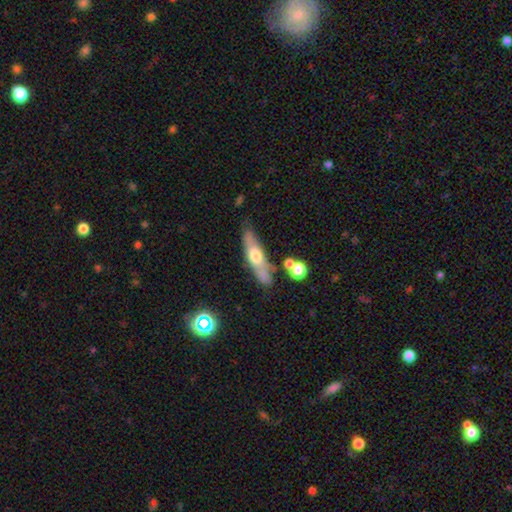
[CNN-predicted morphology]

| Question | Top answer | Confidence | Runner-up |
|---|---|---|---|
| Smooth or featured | featured or disk | 48% | smooth (45%) |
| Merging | none | 71% | minor disturbance (16%) |